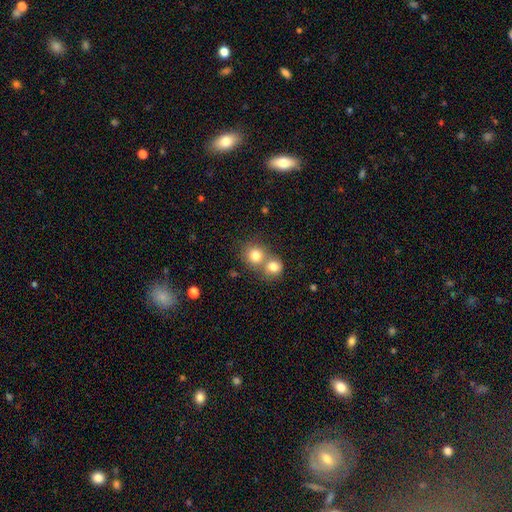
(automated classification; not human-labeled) Smooth or featured?
  - smooth: 80% *
  - featured or disk: 11%
  - star or artifact: 10%
How rounded?
  - round: 82% *
  - in between: 17%
  - cigar-shaped: 1%
Merging?
  - merger: 52% *
  - none: 40%
  - minor disturbance: 6%
  - major disturbance: 2%